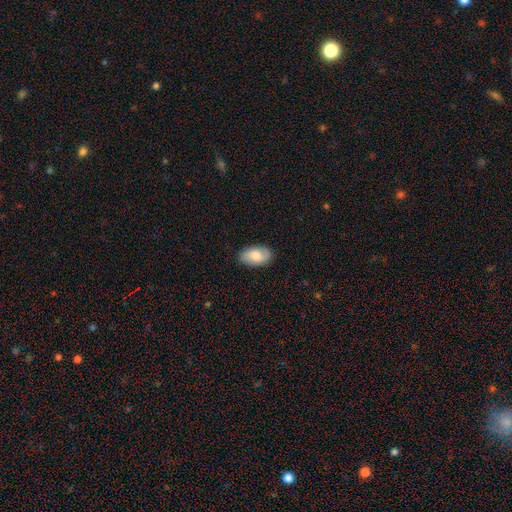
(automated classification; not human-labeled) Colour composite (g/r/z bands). It shows a smooth galaxy with no disk features (65%) that is in between round and cigar-shaped (93%). Merging: none (84%).